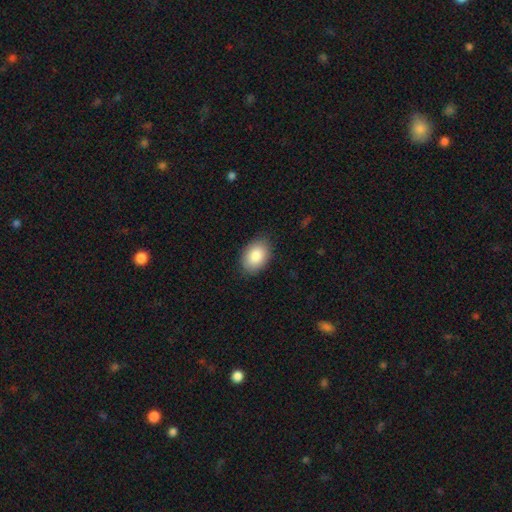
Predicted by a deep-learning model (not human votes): A smooth galaxy with no disk features (86%) that is in between round and cigar-shaped (87%). Merging: none (86%).